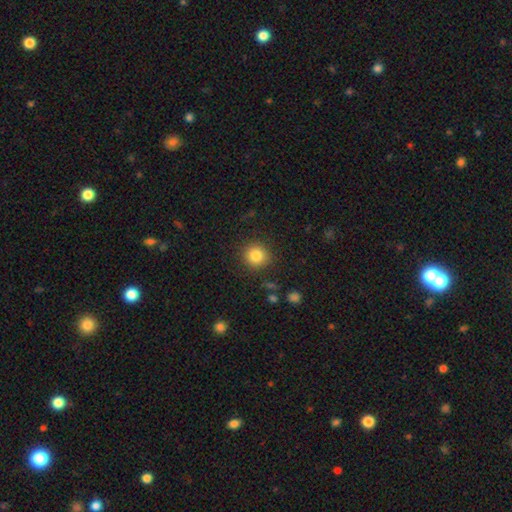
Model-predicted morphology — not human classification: Smooth or featured?
  - smooth: 83% *
  - star or artifact: 11%
  - featured or disk: 6%
How rounded?
  - round: 92% *
  - in between: 7%
  - cigar-shaped: 1%
Merging?
  - none: 89% *
  - minor disturbance: 7%
  - major disturbance: 3%
  - merger: 1%